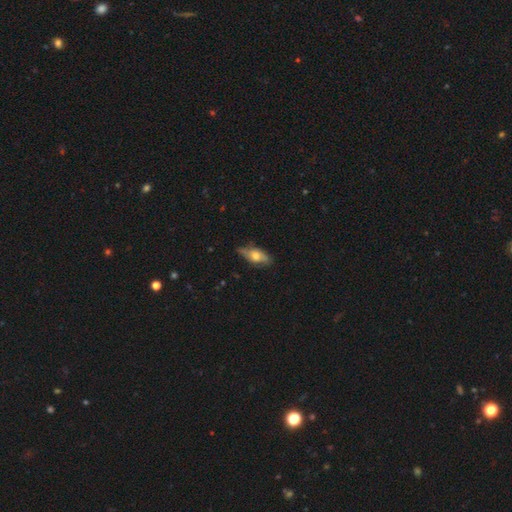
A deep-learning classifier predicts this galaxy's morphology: A smooth galaxy with no disk features (48%).

Vote fractions:
- Smooth or featured? smooth: 48% / featured or disk: 45% / star or artifact: 7%
- Merging? none: 71% / minor disturbance: 23% / major disturbance: 4% / merger: 1%